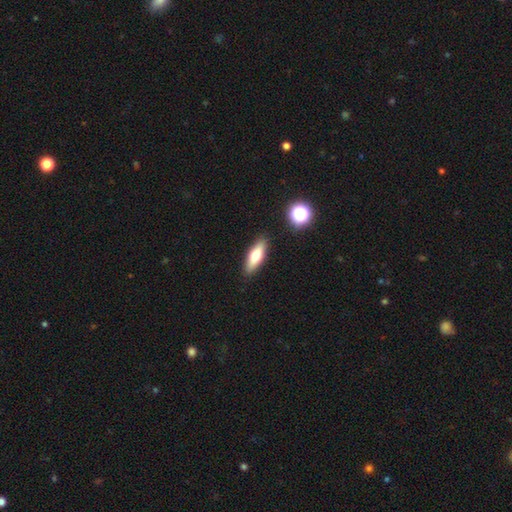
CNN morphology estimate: This appears to be a smooth galaxy with no disk features (61%) that is in between round and cigar-shaped (51%). Merging: none (88%).